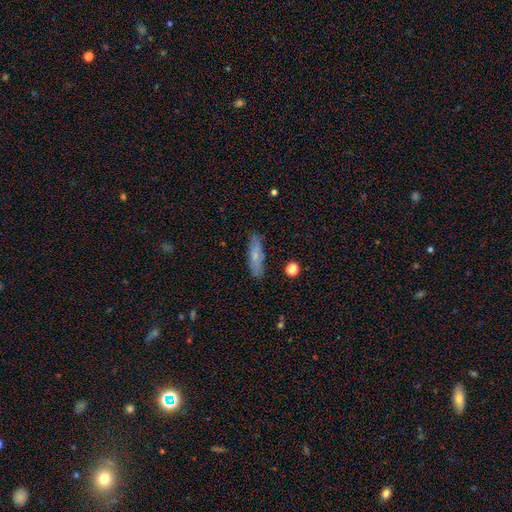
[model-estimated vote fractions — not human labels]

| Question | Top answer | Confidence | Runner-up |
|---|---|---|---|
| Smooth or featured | smooth | 62% | featured or disk (30%) |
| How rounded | cigar-shaped | 60% | in between (37%) |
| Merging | none | 83% | minor disturbance (13%) |